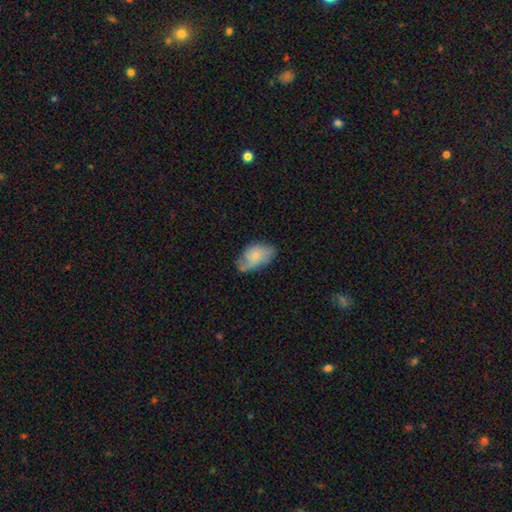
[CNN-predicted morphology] Smooth or featured? Predicted: smooth (p=0.57). How rounded? Predicted: in between (p=0.89). Merging? Predicted: none (p=0.42).